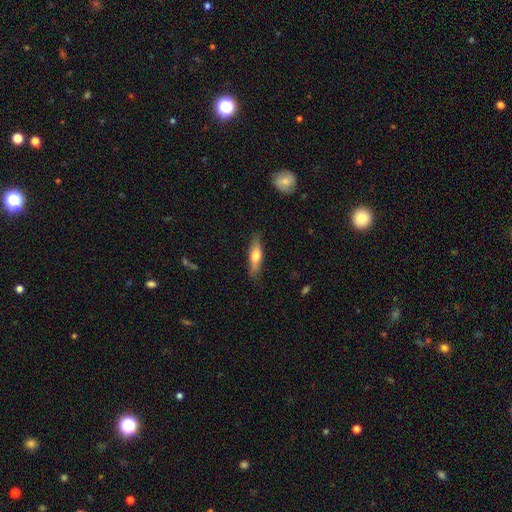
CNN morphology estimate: smooth 57%, featured or disk 37%, star or artifact 6%. Down the decision tree: how rounded — cigar-shaped (64%); merging — none (82%).